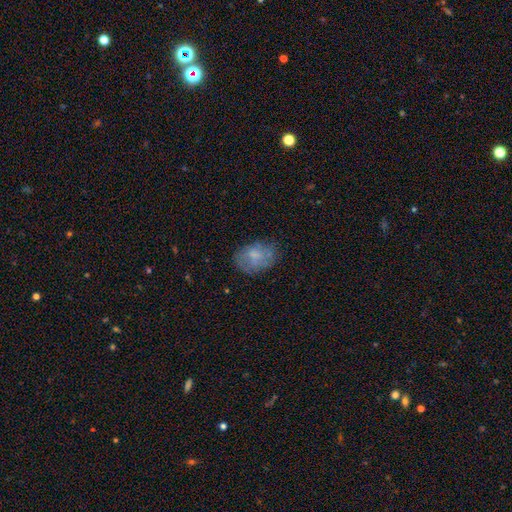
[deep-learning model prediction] A smooth galaxy with no disk features (61%) that is in between round and cigar-shaped (77%).

Vote fractions:
- Smooth or featured? smooth: 61% / featured or disk: 30% / star or artifact: 9%
- How rounded? in between: 77% / round: 22% / cigar-shaped: 1%
- Merging? none: 68% / minor disturbance: 22% / major disturbance: 9% / merger: 2%